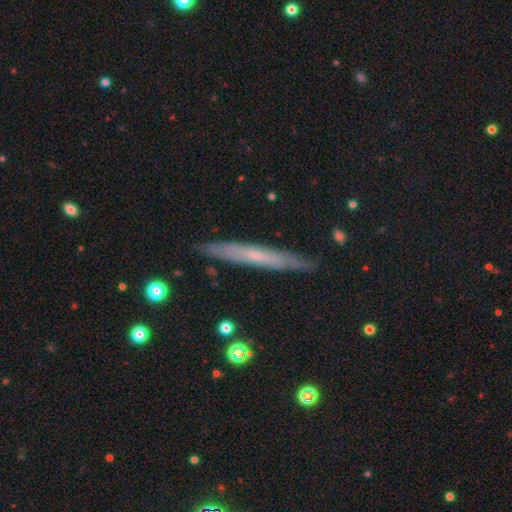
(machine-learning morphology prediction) Overall: featured or disk (55%; smooth 38%). Edge-on disk: yes (90%). Merging: none (88%).